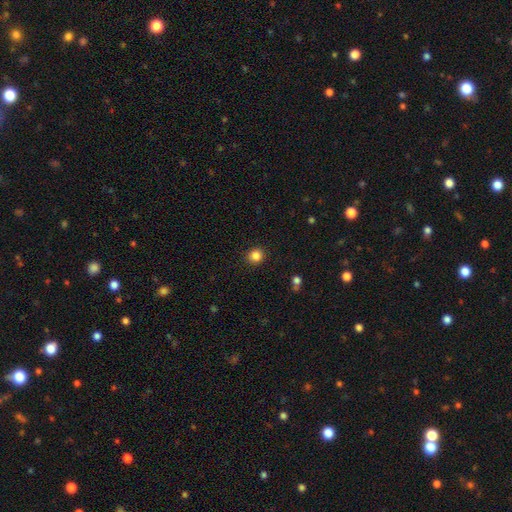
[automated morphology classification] smooth 85%, star or artifact 11%, featured or disk 4%. Down the decision tree: how rounded — round (88%); merging — none (91%).